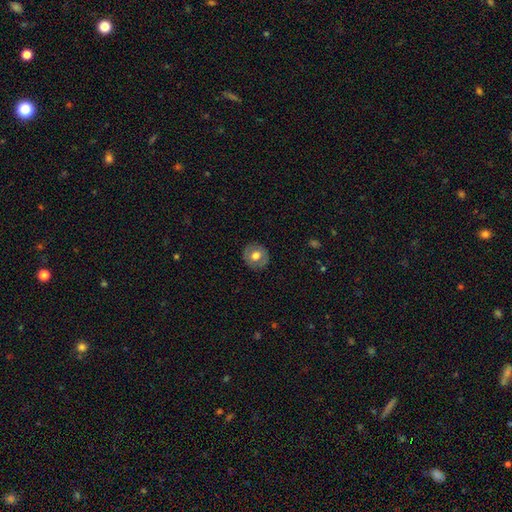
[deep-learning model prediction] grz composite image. It shows a smooth galaxy with no disk features (60%) that is round (88%). Merging: none (88%).